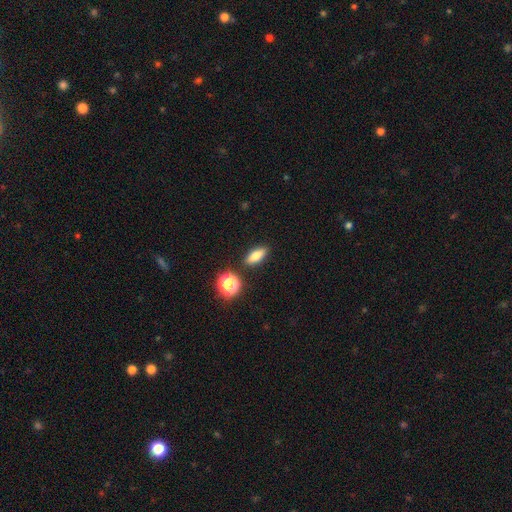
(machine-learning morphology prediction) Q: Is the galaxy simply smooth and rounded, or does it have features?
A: smooth — 74%.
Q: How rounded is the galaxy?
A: in between — 66%.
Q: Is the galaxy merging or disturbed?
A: none — 87%.